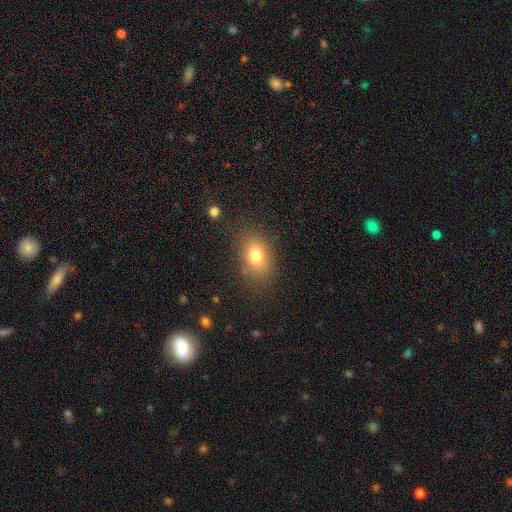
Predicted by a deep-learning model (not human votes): Smooth or featured?
  - smooth: 76% *
  - star or artifact: 12%
  - featured or disk: 12%
How rounded?
  - in between: 74% *
  - round: 25%
  - cigar-shaped: 1%
Merging?
  - none: 80% *
  - minor disturbance: 13%
  - major disturbance: 5%
  - merger: 2%